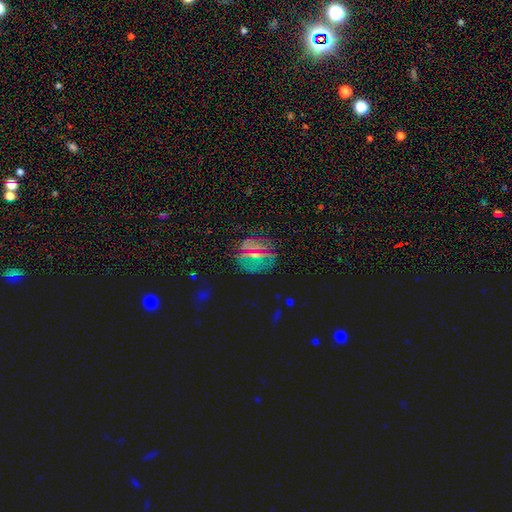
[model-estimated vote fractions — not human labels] This is possibly a star or artifact rather than a galaxy (58%).